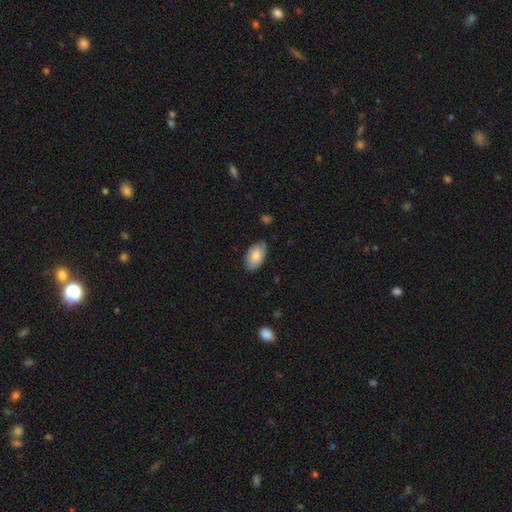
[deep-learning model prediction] Smooth or featured? smooth (75%)
How rounded? in between (94%)
Merging? none (71%)